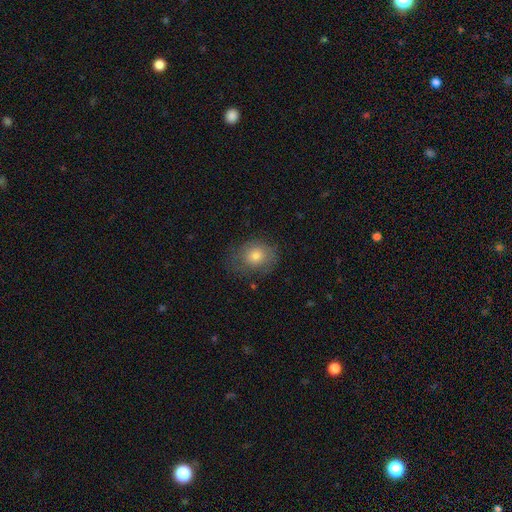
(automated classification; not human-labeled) smooth_or_featured: smooth (p=0.74) [alt: featured or disk p=0.17]
how_rounded: round (p=0.53) [alt: in between p=0.46]
merging: none (p=0.64) [alt: minor disturbance p=0.24]